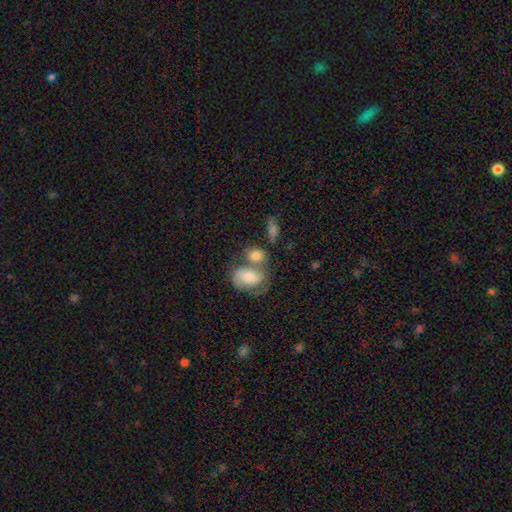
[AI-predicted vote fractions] smooth_or_featured: smooth (p=0.69) [alt: featured or disk p=0.23]
how_rounded: in between (p=0.70) [alt: round p=0.28]
merging: merger (p=0.53) [alt: none p=0.27]